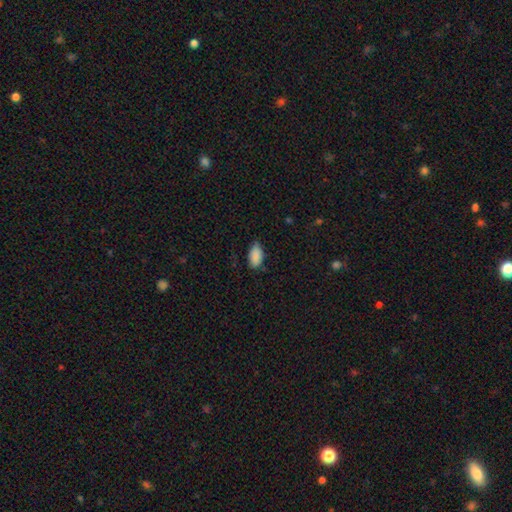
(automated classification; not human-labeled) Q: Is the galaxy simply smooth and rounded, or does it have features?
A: smooth — 89%.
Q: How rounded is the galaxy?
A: in between — 94%.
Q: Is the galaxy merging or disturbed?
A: none — 72%.